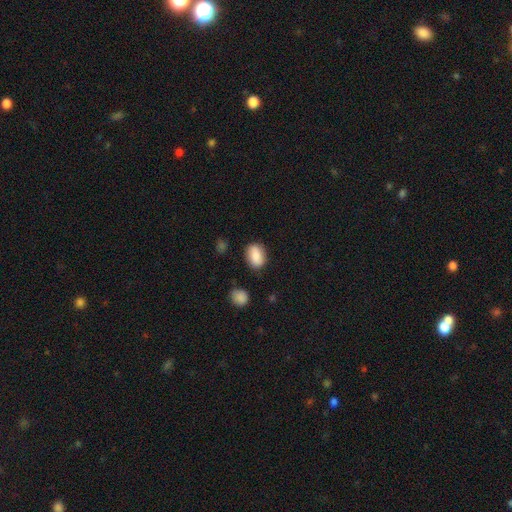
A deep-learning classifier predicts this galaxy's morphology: A smooth galaxy with no disk features (82%) that is in between round and cigar-shaped (79%).

Vote fractions:
- Smooth or featured? smooth: 82% / featured or disk: 10% / star or artifact: 8%
- How rounded? in between: 79% / round: 19% / cigar-shaped: 2%
- Merging? none: 80% / minor disturbance: 14% / major disturbance: 3% / merger: 3%